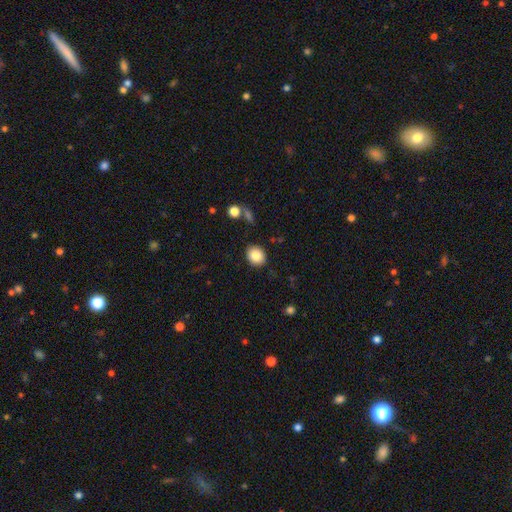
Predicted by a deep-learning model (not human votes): Smooth or featured? smooth (84%)
How rounded? round (68%)
Merging? none (88%)